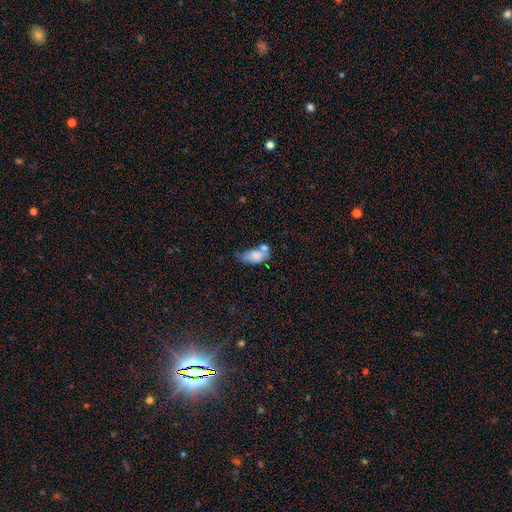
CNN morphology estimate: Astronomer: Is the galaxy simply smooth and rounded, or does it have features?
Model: smooth — 68%.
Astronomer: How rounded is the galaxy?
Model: in between — 90%.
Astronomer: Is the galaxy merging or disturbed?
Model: merger — 34% (runner-up: minor disturbance, 24%).